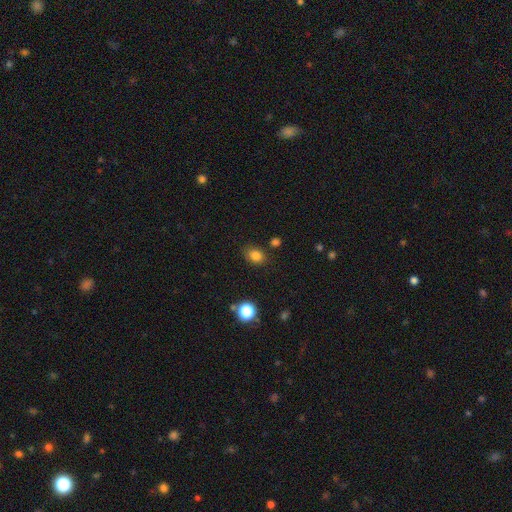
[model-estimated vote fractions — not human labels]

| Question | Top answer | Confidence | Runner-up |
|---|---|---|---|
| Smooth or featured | smooth | 82% | star or artifact (13%) |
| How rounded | in between | 55% | round (44%) |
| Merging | none | 80% | minor disturbance (14%) |